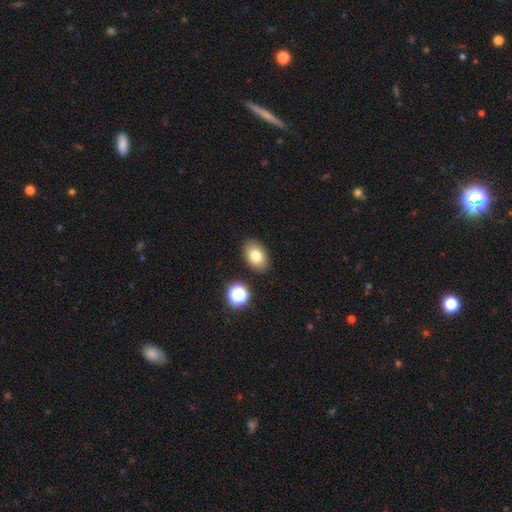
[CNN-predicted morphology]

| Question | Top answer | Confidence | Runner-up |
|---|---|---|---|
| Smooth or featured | smooth | 79% | featured or disk (11%) |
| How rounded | in between | 85% | round (14%) |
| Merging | none | 87% | minor disturbance (8%) |